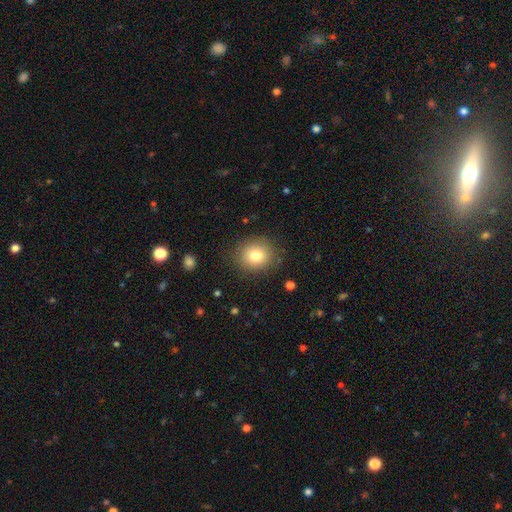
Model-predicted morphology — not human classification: type=smooth (79%); roundness=round (80%); merging=none (85%).